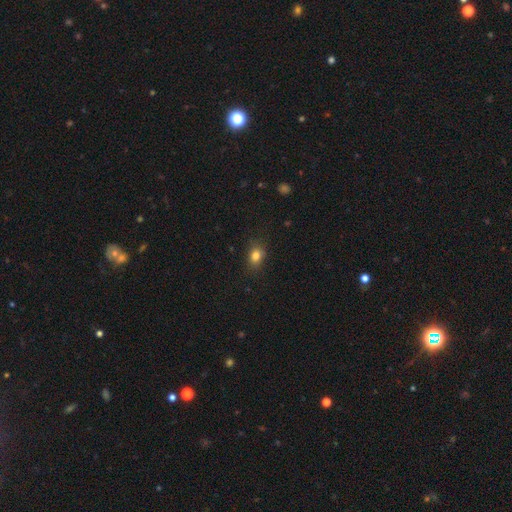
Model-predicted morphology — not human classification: Smooth or featured?
  - smooth: 82% *
  - star or artifact: 12%
  - featured or disk: 6%
How rounded?
  - in between: 61% *
  - round: 37%
  - cigar-shaped: 2%
Merging?
  - none: 82% *
  - minor disturbance: 13%
  - major disturbance: 3%
  - merger: 1%